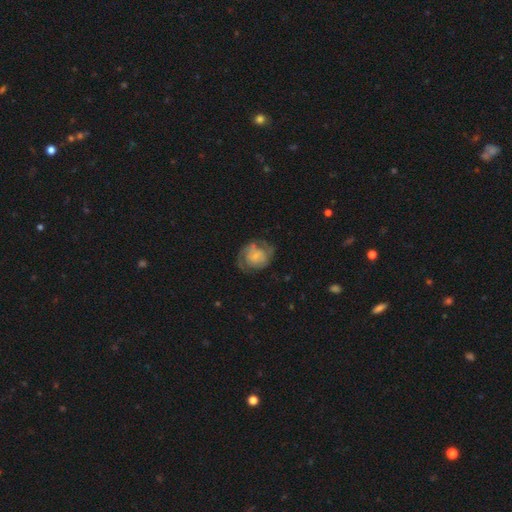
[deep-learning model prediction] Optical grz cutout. It shows a featured or disk galaxy (58%) with no bar (69%), spiral arms (77%) and a small central bulge (54%). Merging: none (56%).